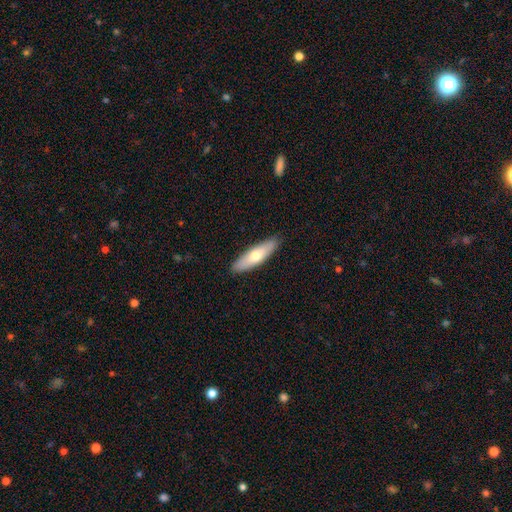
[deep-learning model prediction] Smooth or featured?
  - smooth: 64% *
  - featured or disk: 31%
  - star or artifact: 5%
How rounded?
  - cigar-shaped: 61% *
  - in between: 38%
  - round: 2%
Merging?
  - none: 89% *
  - minor disturbance: 8%
  - major disturbance: 2%
  - merger: 1%